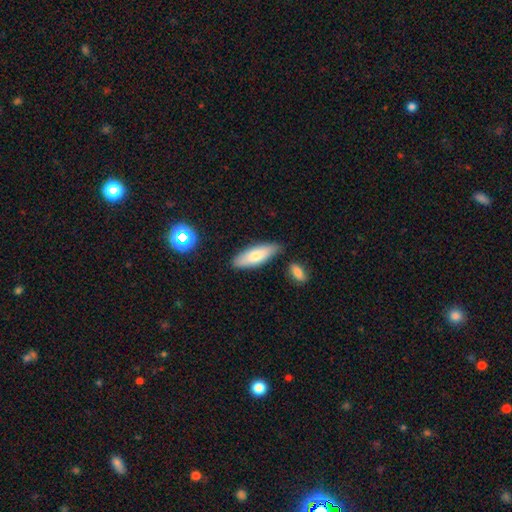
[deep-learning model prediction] A smooth galaxy with no disk features (74%) that is in between round and cigar-shaped (61%). Merging: none (78%).